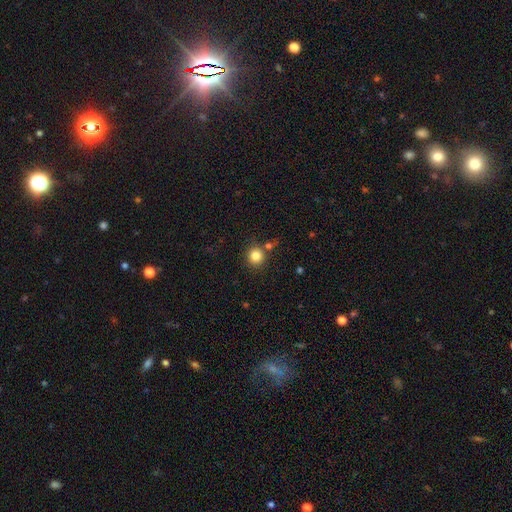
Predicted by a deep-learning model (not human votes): Smooth or featured? Predicted: smooth (p=0.83). How rounded? Predicted: round (p=0.92). Merging? Predicted: none (p=0.79).